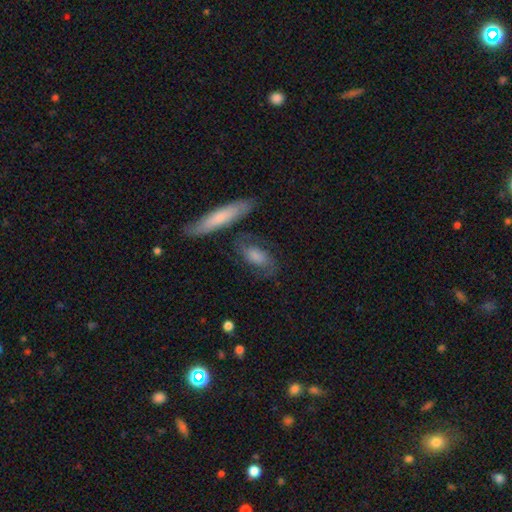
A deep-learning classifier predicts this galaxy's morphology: This appears to be a featured or disk galaxy (52%). Merging: none (67%).